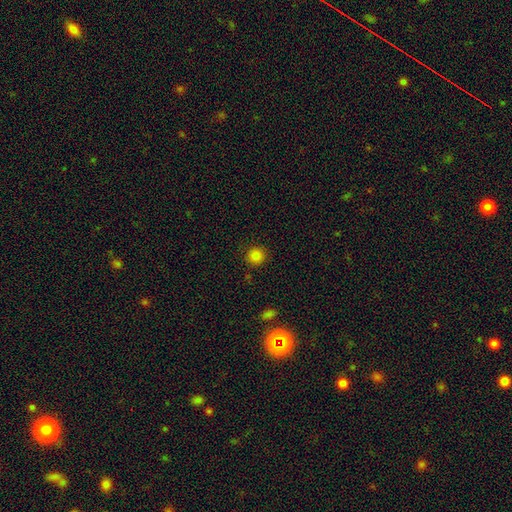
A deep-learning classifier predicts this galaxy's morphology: This is clearly a smooth galaxy (83%). How rounded: clearly round (93%). Merging: clearly none (89%).